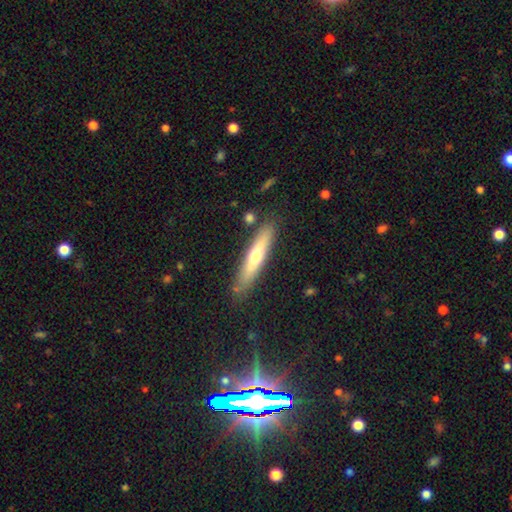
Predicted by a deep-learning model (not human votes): Smooth or featured?
  - smooth: 51% *
  - featured or disk: 42%
  - star or artifact: 6%
How rounded?
  - cigar-shaped: 87% *
  - in between: 12%
  - round: 1%
Merging?
  - none: 84% *
  - minor disturbance: 11%
  - merger: 3%
  - major disturbance: 2%